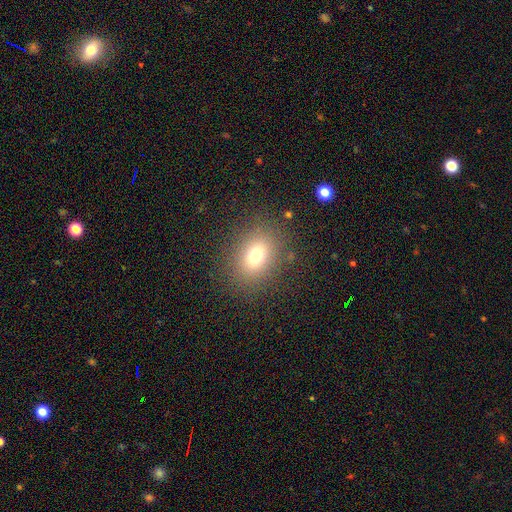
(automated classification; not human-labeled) A smooth galaxy with no disk features (73%) that is in between round and cigar-shaped (59%). Merging: none (85%).